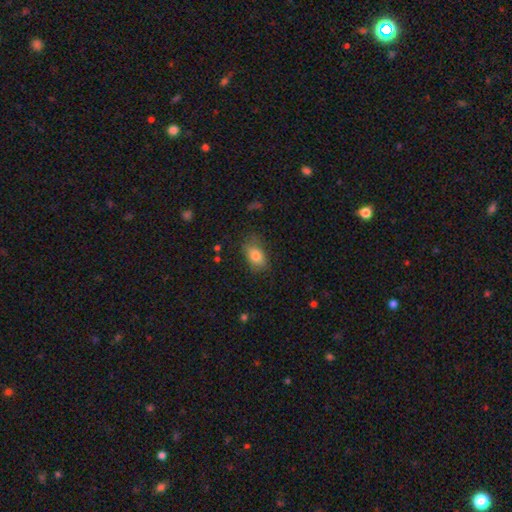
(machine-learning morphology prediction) type=smooth (81%); roundness=in between (87%); merging=none (72%).